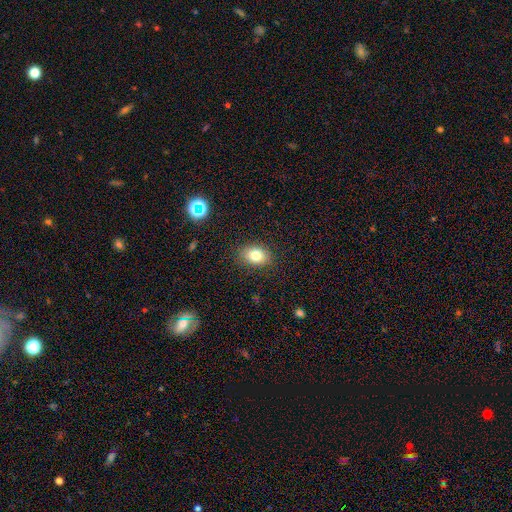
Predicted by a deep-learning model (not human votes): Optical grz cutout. It shows a smooth galaxy with no disk features (80%) that is in between round and cigar-shaped (70%). Merging: none (86%).